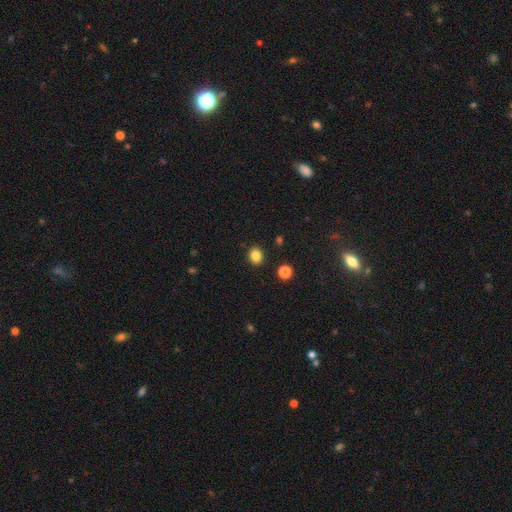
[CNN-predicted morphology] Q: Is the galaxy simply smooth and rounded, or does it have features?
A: smooth — 84%.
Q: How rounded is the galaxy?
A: round — 66%.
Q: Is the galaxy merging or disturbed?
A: none — 89%.